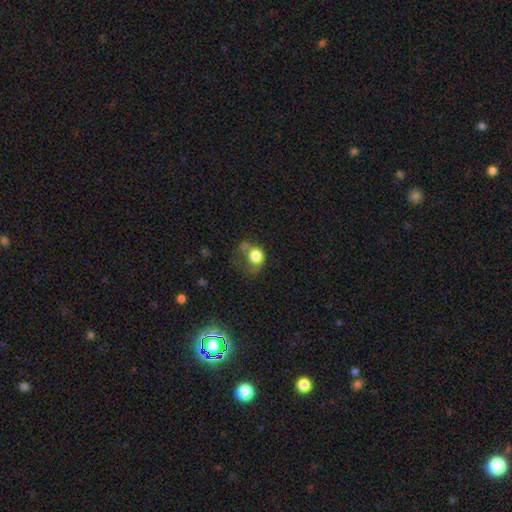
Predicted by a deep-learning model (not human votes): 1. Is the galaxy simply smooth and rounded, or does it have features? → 76% smooth, 15% featured or disk, 10% star or artifact.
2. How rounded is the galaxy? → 69% round, 30% in between, 1% cigar-shaped.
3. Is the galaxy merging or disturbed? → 35% major disturbance, 27% none, 24% minor disturbance, 15% merger.